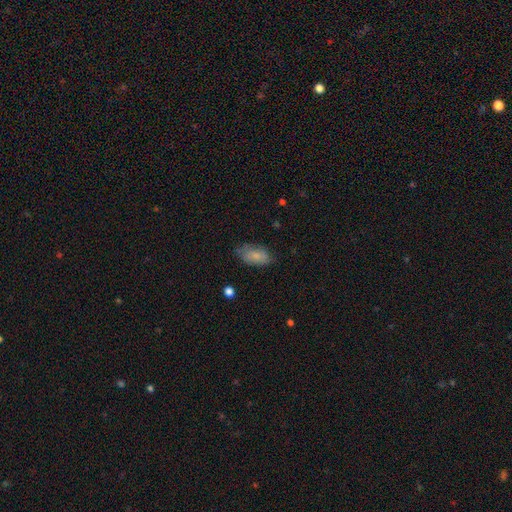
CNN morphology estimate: Smooth or featured?
  - smooth: 78% *
  - featured or disk: 15%
  - star or artifact: 7%
How rounded?
  - in between: 92% *
  - round: 4%
  - cigar-shaped: 3%
Merging?
  - none: 66% *
  - minor disturbance: 25%
  - major disturbance: 7%
  - merger: 2%